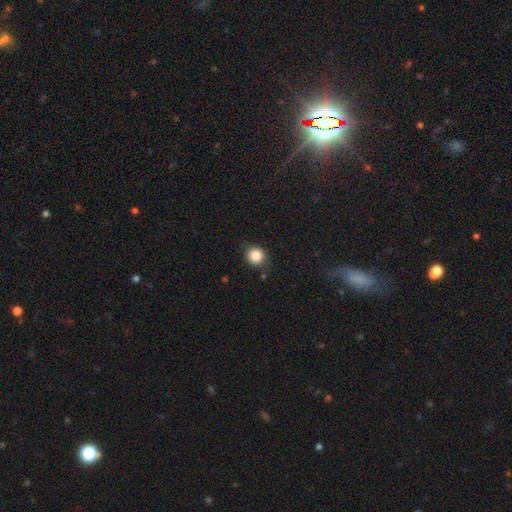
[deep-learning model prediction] smooth 86%, star or artifact 10%, featured or disk 4%. Down the decision tree: how rounded — round (90%); merging — none (86%).